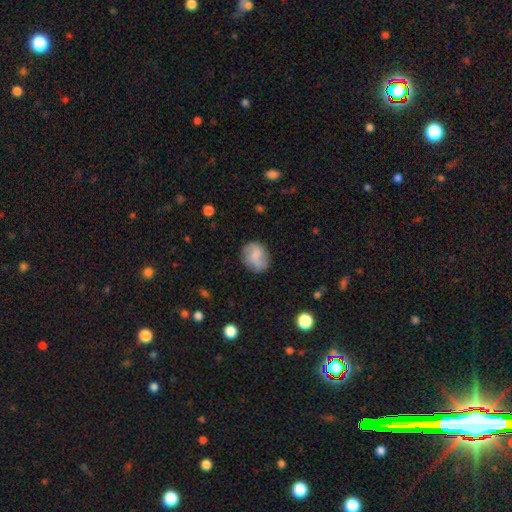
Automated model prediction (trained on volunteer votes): smooth_or_featured: smooth (p=0.67) [alt: featured or disk p=0.25]
how_rounded: round (p=0.63) [alt: in between p=0.35]
merging: none (p=0.71) [alt: minor disturbance p=0.20]